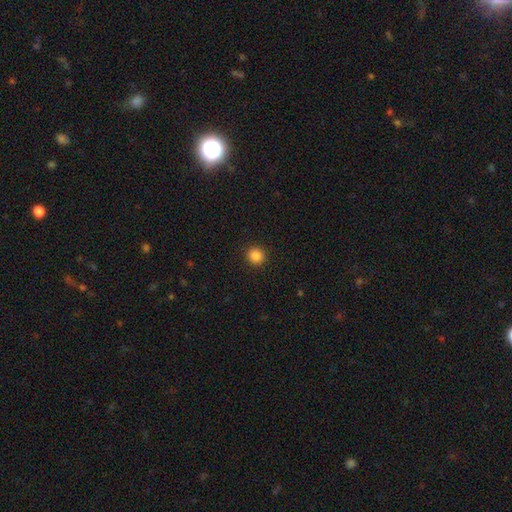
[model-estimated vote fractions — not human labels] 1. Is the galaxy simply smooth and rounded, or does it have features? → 86% smooth, 11% star or artifact, 3% featured or disk.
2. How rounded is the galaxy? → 92% round, 7% in between, 1% cigar-shaped.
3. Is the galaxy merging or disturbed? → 92% none, 5% minor disturbance, 2% major disturbance, 1% merger.